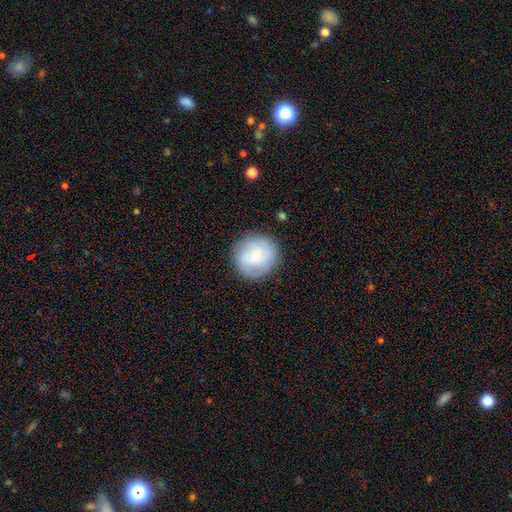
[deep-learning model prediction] Morphology: type=smooth (58%); roundness=round (91%); merging=none (81%).